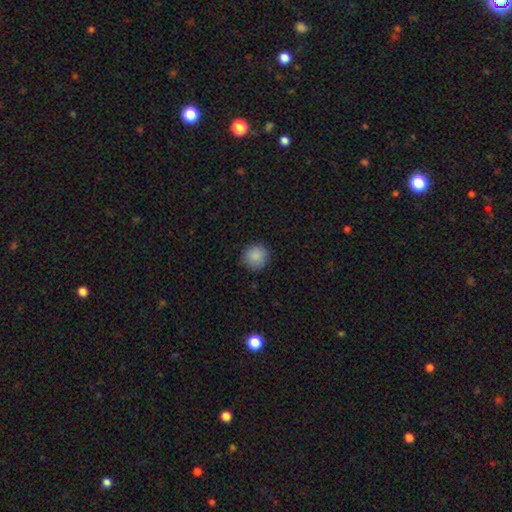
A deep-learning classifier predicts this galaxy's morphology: Q: Smooth or featured?
A: smooth (87%); runner-up: star or artifact (9%)
Q: How rounded?
A: round (94%); runner-up: in between (5%)
Q: Merging?
A: none (89%); runner-up: minor disturbance (8%)